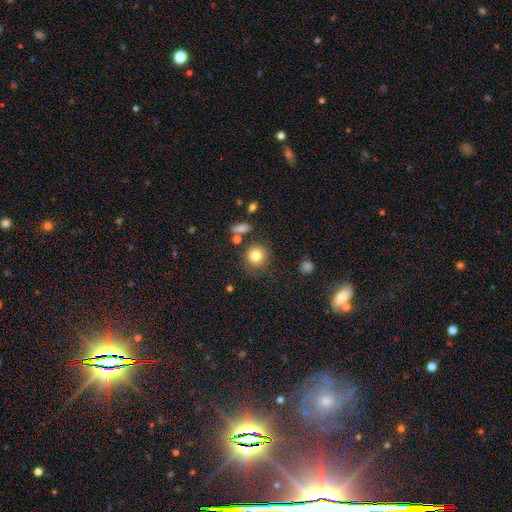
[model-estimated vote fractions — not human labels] smooth_or_featured: smooth (p=0.81) [alt: star or artifact p=0.11]
how_rounded: round (p=0.87) [alt: in between p=0.12]
merging: none (p=0.79) [alt: minor disturbance p=0.11]